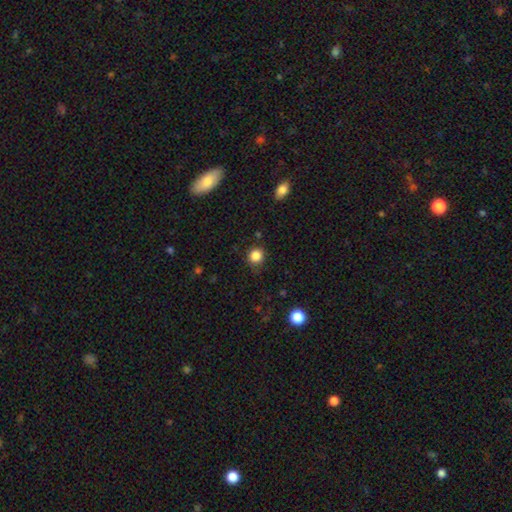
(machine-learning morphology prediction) Smooth or featured: smooth — 85% (star or artifact — 11%)
How rounded: round — 88% (in between — 11%)
Merging: none — 82% (minor disturbance — 13%)